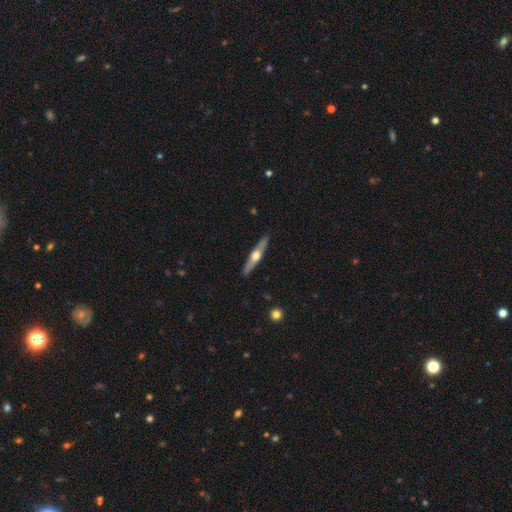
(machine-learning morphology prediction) Smooth or featured?
  - featured or disk: 63% *
  - smooth: 32%
  - star or artifact: 5%
Edge-on disk?
  - yes: 95% *
  - no: 5%
Edge-on bulge?
  - rounded: 94% *
  - none: 3%
  - boxy: 3%
Merging?
  - none: 90% *
  - minor disturbance: 7%
  - major disturbance: 1%
  - merger: 1%